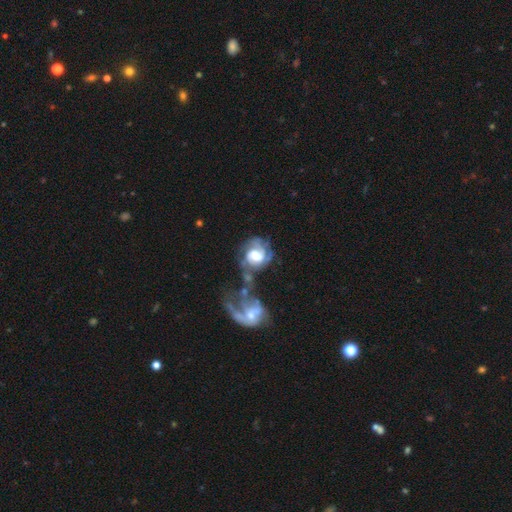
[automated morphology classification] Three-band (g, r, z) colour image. It shows a featured or disk galaxy (76%) with no bar (57%), 2 (41%) tight (48%) spiral arms (87%) and a large central bulge (44%). Merging: merger (40%).